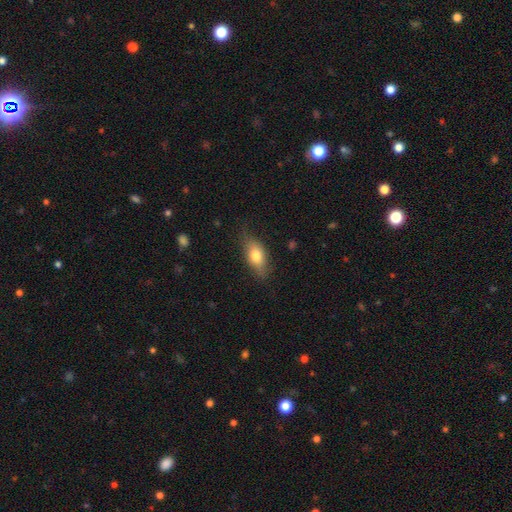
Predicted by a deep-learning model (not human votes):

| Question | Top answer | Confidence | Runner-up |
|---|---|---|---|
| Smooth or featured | smooth | 71% | featured or disk (21%) |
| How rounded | in between | 82% | cigar-shaped (11%) |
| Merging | none | 70% | minor disturbance (23%) |